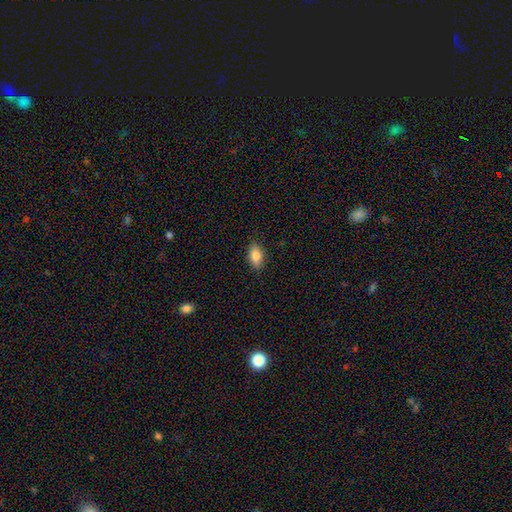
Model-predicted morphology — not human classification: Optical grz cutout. It shows a smooth galaxy with no disk features (84%) that is in between round and cigar-shaped (88%). Merging: none (86%).